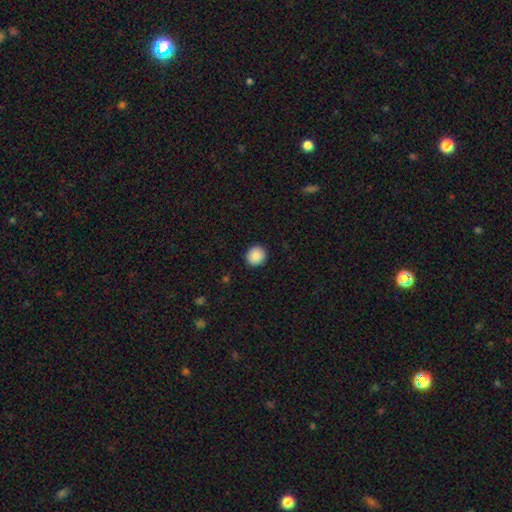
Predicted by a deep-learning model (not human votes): Morphology: type=smooth (89%); roundness=round (91%); merging=none (92%).